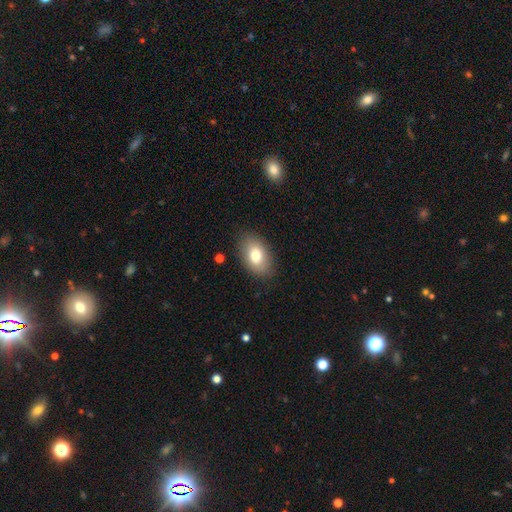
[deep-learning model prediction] A smooth galaxy with no disk features (78%) that is in between round and cigar-shaped (88%).

Vote fractions:
- Smooth or featured? smooth: 78% / featured or disk: 14% / star or artifact: 8%
- How rounded? in between: 88% / round: 10% / cigar-shaped: 1%
- Merging? none: 85% / minor disturbance: 11% / major disturbance: 3% / merger: 1%